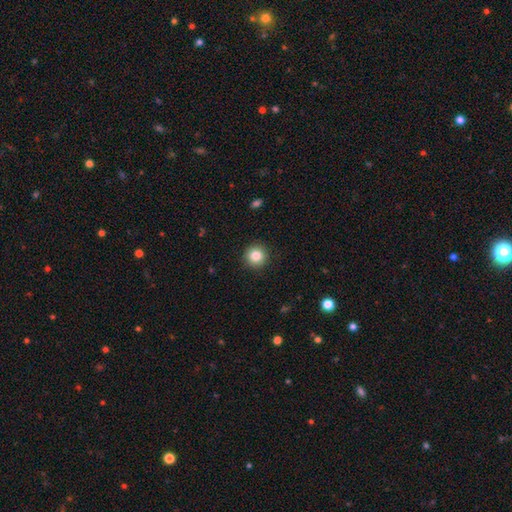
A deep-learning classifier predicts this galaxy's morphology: This is clearly a smooth galaxy (85%). How rounded: clearly round (94%). Merging: clearly none (91%).